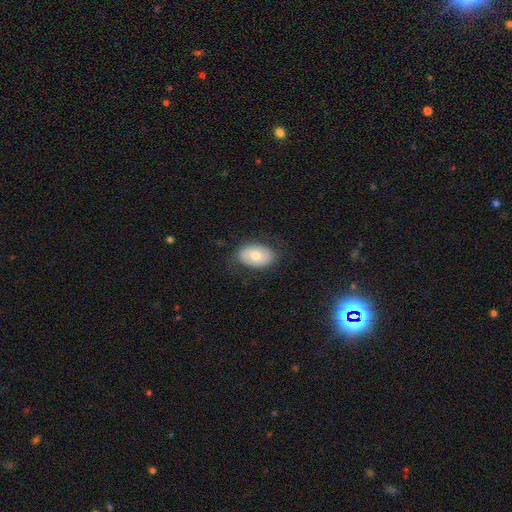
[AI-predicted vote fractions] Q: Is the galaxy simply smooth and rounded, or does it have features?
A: smooth — 69%.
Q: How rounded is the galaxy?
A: in between — 88%.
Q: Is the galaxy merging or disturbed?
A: none — 79%.